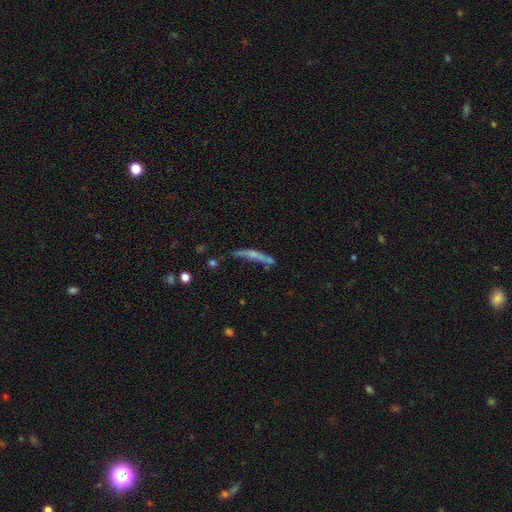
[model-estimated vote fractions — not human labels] This is marginally a featured or disk galaxy (45%). Merging: possibly none (46%).